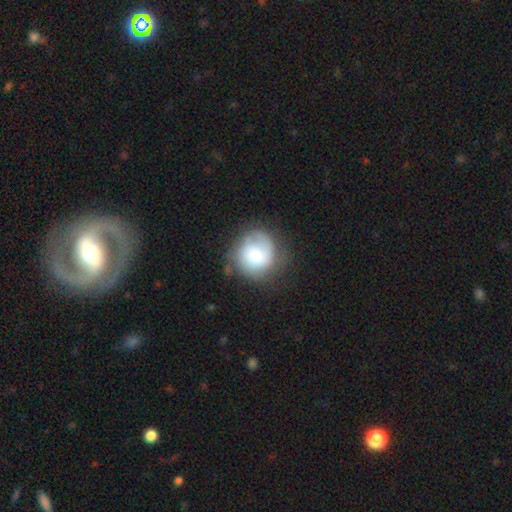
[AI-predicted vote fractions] Smooth or featured?
  - smooth: 52% *
  - featured or disk: 40%
  - star or artifact: 8%
How rounded?
  - round: 88% *
  - in between: 11%
  - cigar-shaped: 1%
Merging?
  - none: 62% *
  - minor disturbance: 22%
  - major disturbance: 13%
  - merger: 3%